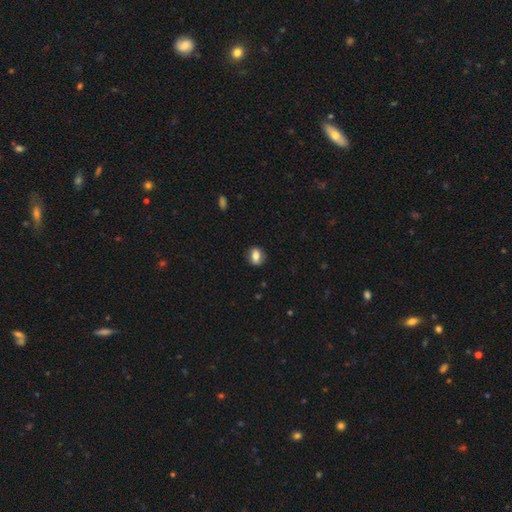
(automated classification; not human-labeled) A smooth galaxy with no disk features (72%) that is in between round and cigar-shaped (59%). Merging: none (85%).